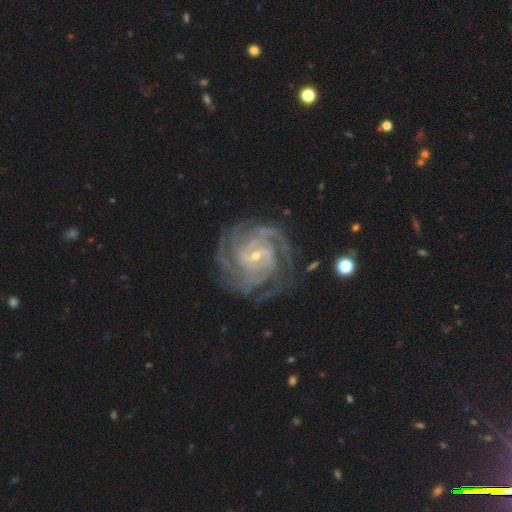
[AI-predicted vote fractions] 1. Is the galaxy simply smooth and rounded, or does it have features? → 92% featured or disk, 5% star or artifact, 3% smooth.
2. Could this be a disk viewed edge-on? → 98% no, 2% yes.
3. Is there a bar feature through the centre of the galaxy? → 45% no, 39% weak, 17% strong.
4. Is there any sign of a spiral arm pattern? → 98% yes, 2% no.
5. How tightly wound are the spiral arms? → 74% tight, 23% medium, 3% loose.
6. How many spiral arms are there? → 30% 4, 19% 3, 18% can't tell, 13% more than 4, 12% 2, 7% 1.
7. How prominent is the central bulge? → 77% small, 19% moderate, 1% none, 1% large, 1% dominant.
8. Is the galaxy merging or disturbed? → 77% none, 15% minor disturbance, 7% major disturbance, 2% merger.